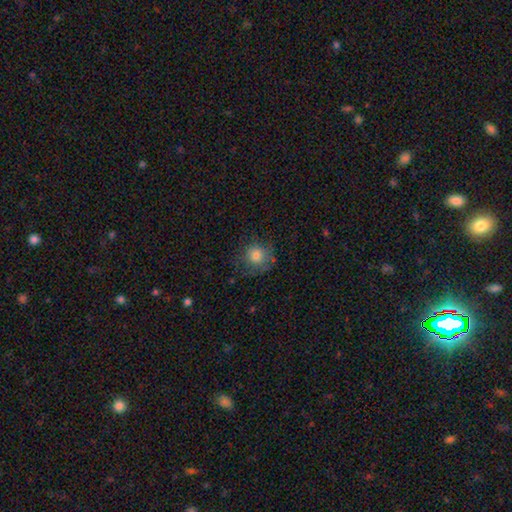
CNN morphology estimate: smooth 78%, featured or disk 11%, star or artifact 11%. Down the decision tree: how rounded — round (89%); merging — none (73%).